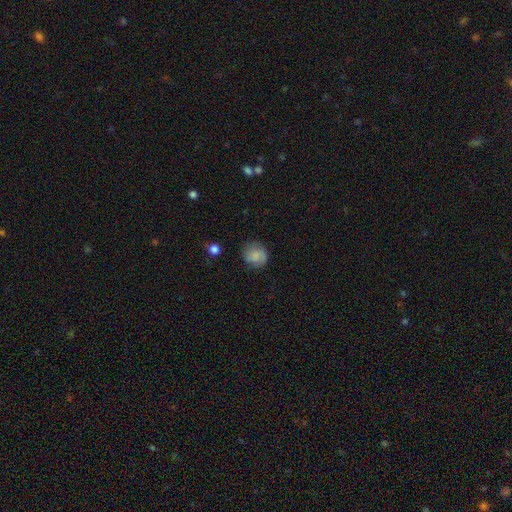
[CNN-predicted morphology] smooth 75%, featured or disk 16%, star or artifact 9%. Down the decision tree: how rounded — round (82%); merging — none (72%).